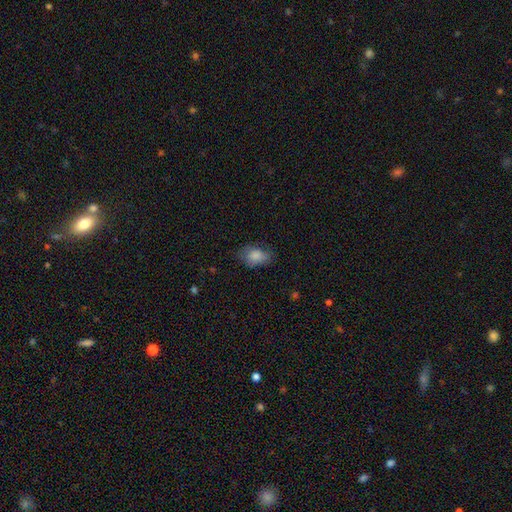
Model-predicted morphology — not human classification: A smooth galaxy with no disk features (84%) that is in between round and cigar-shaped (84%).

Vote fractions:
- Smooth or featured? smooth: 84% / featured or disk: 8% / star or artifact: 8%
- How rounded? in between: 84% / round: 14% / cigar-shaped: 2%
- Merging? none: 65% / minor disturbance: 25% / major disturbance: 8% / merger: 1%